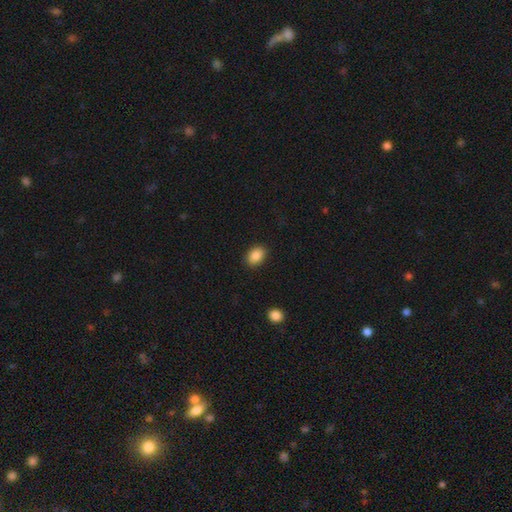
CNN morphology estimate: This is clearly a smooth galaxy (88%). How rounded: clearly in between (83%). Merging: clearly none (89%).